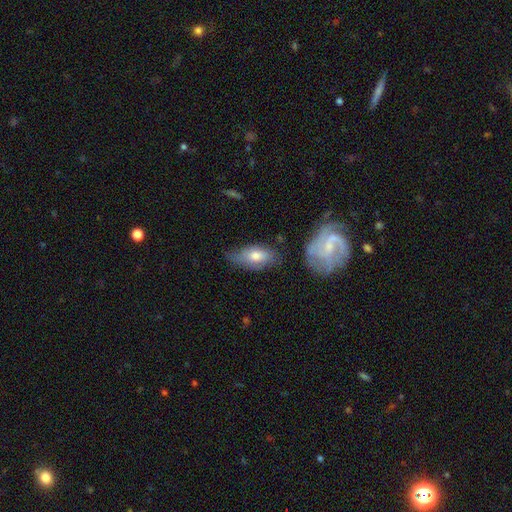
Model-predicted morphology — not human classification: The model was most divided on "merging": none: 51%, minor disturbance: 33%, major disturbance: 11%, merger: 5%. More confident: how rounded — in between (87%); smooth or featured — smooth (64%).